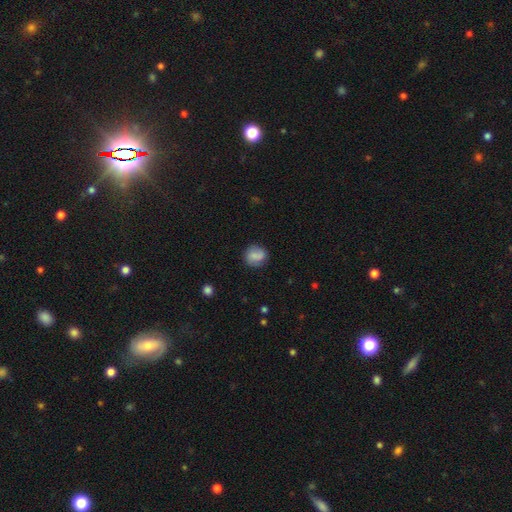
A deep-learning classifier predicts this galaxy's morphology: smooth 73%, featured or disk 19%, star or artifact 8%. Down the decision tree: how rounded — round (81%); merging — none (73%).